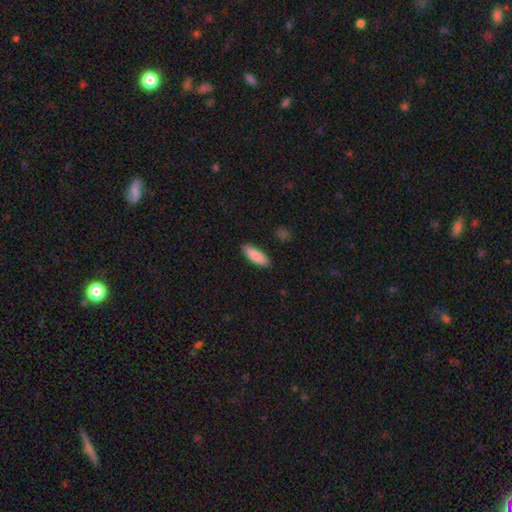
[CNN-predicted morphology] This is clearly a smooth galaxy (87%). How rounded: likely in between (63%). Merging: clearly none (88%).